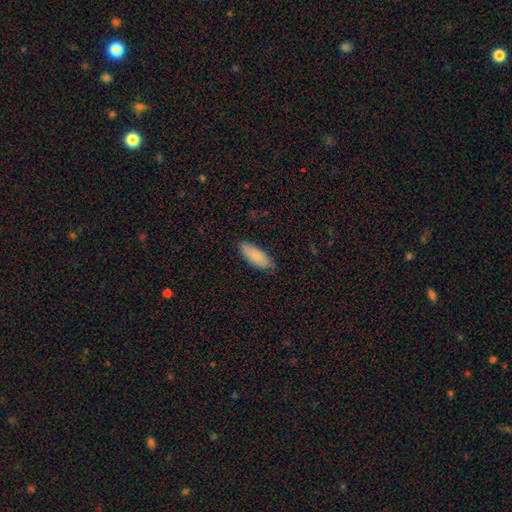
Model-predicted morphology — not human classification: The model was most divided on "how rounded": in between: 77%, cigar-shaped: 22%, round: 2%. More confident: smooth or featured — smooth (88%); merging — none (82%).